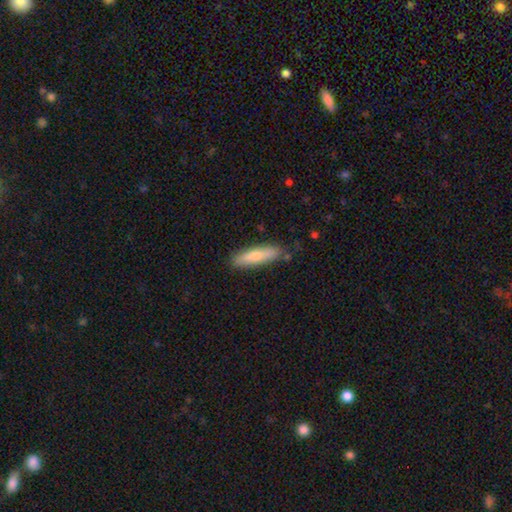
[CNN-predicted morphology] The model was most divided on "smooth or featured": smooth: 69%, featured or disk: 26%, star or artifact: 6%. More confident: merging — none (83%); how rounded — cigar-shaped (77%).